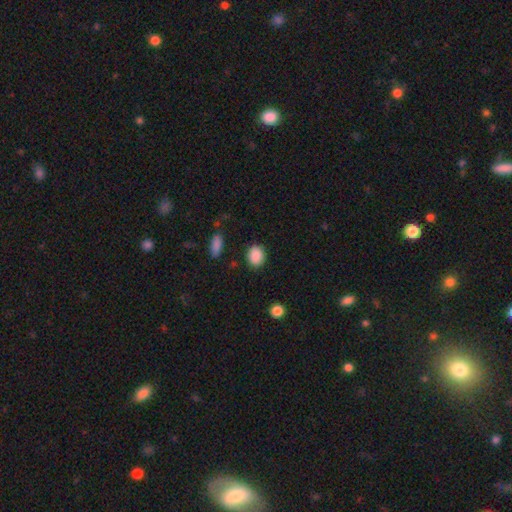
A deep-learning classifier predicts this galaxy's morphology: smooth_or_featured: smooth (p=0.89) [alt: star or artifact p=0.08]
how_rounded: round (p=0.50) [alt: in between p=0.49]
merging: none (p=0.86) [alt: minor disturbance p=0.09]